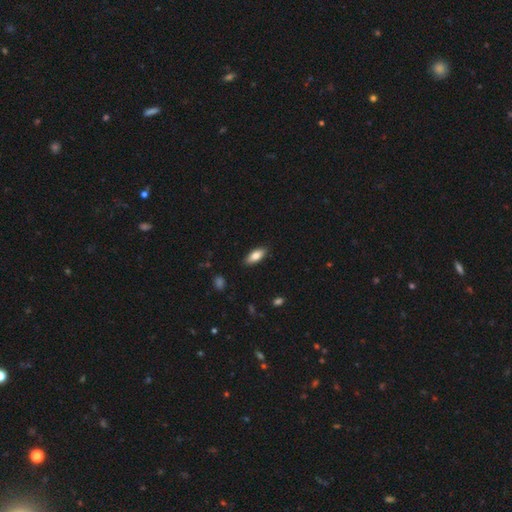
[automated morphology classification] smooth-or-featured: smooth: 79% | featured or disk: 14% | star or artifact: 6%
  how-rounded: in between: 80% | cigar-shaped: 18% | round: 2%
  merging: none: 88% | minor disturbance: 9% | major disturbance: 2% | merger: 1%